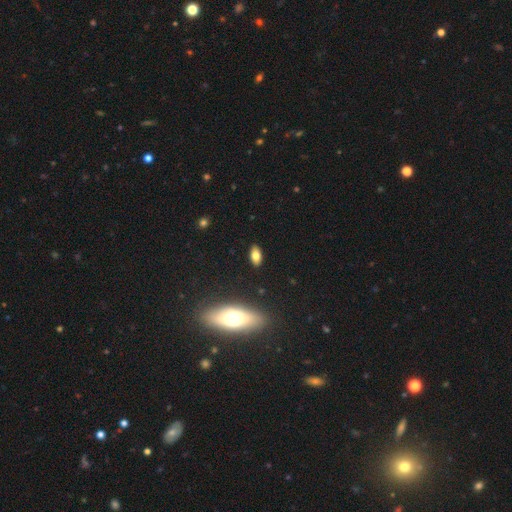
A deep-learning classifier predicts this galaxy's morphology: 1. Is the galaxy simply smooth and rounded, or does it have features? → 77% smooth, 14% featured or disk, 9% star or artifact.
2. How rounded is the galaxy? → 85% in between, 10% cigar-shaped, 5% round.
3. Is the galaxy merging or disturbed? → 87% none, 10% minor disturbance, 2% major disturbance, 1% merger.